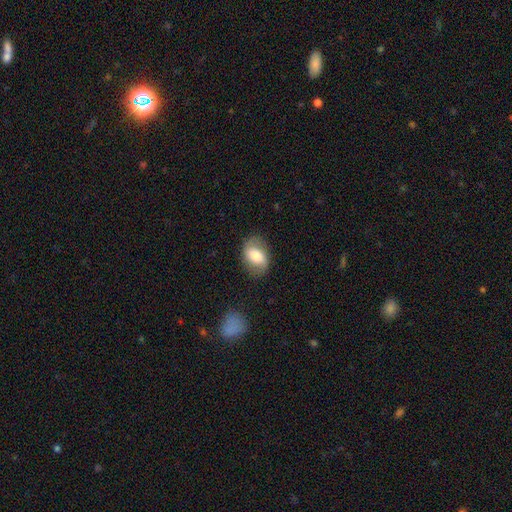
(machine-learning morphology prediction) A smooth galaxy with no disk features (61%) that is in between round and cigar-shaped (79%).

Vote fractions:
- Smooth or featured? smooth: 61% / featured or disk: 31% / star or artifact: 7%
- How rounded? in between: 79% / round: 20% / cigar-shaped: 2%
- Merging? none: 76% / minor disturbance: 17% / major disturbance: 6% / merger: 2%